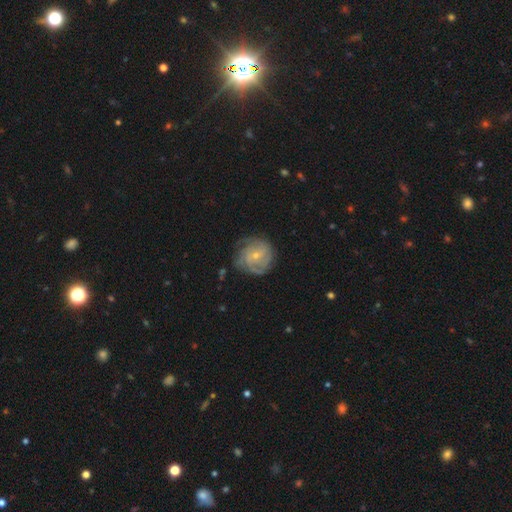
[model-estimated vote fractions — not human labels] This appears to be a featured or disk galaxy (79%) with no bar (59%), tight (61%) spiral arms (93%) and a small central bulge (72%). Merging: none (70%).